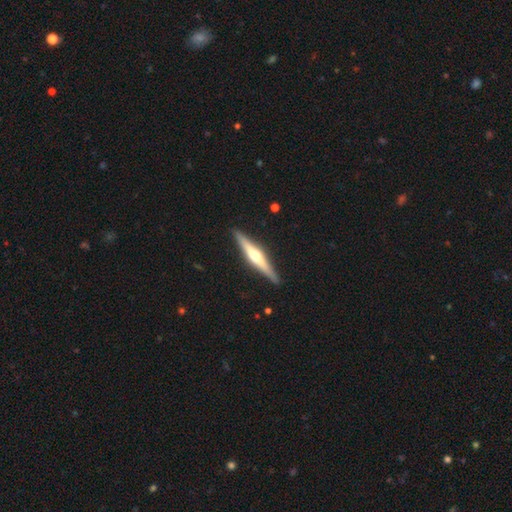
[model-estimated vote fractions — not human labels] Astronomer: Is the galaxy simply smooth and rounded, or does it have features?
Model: featured or disk — 69%.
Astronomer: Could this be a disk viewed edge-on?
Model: yes — 97%.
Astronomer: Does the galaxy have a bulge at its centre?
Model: rounded — 89%.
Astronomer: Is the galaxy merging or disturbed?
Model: none — 91%.